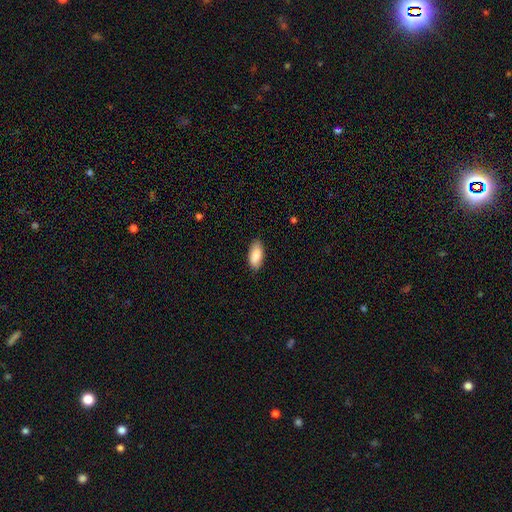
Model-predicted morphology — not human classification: type=smooth (87%); roundness=in between (89%); merging=none (85%).